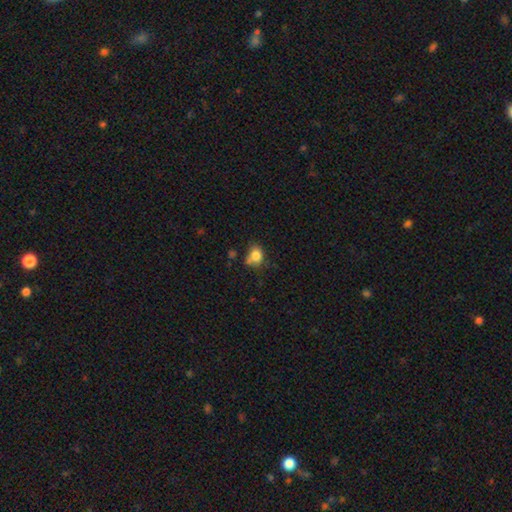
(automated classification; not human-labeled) A smooth galaxy with no disk features (80%) that is round (53%). Merging: none (52%).